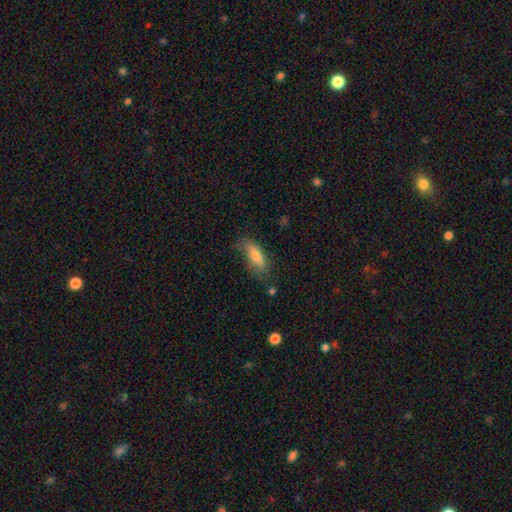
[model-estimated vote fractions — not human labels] Morphology: type=smooth (78%); roundness=in between (70%); merging=none (56%).